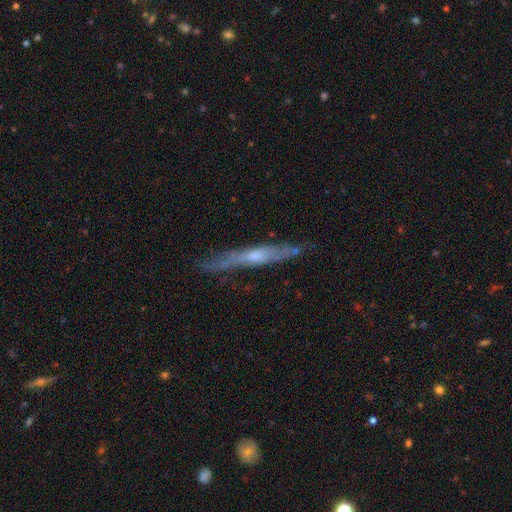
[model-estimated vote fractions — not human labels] Overall: featured or disk (65%; smooth 29%). Edge-on disk: yes (86%). Edge-on bulge: rounded (51%; none 41%). Merging: none (73%).